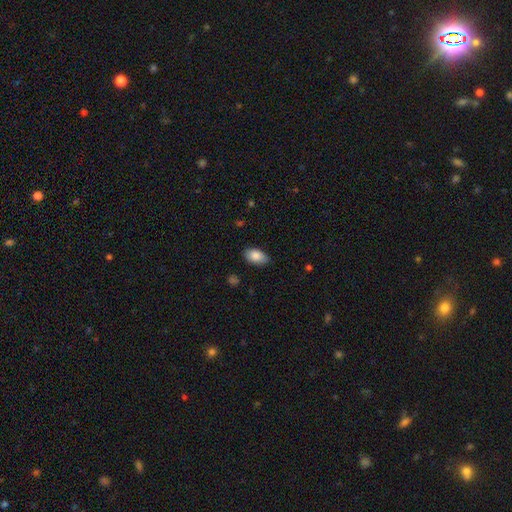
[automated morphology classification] Q: Smooth or featured?
A: smooth (87%); runner-up: star or artifact (7%)
Q: How rounded?
A: in between (93%); runner-up: round (5%)
Q: Merging?
A: none (82%); runner-up: minor disturbance (14%)